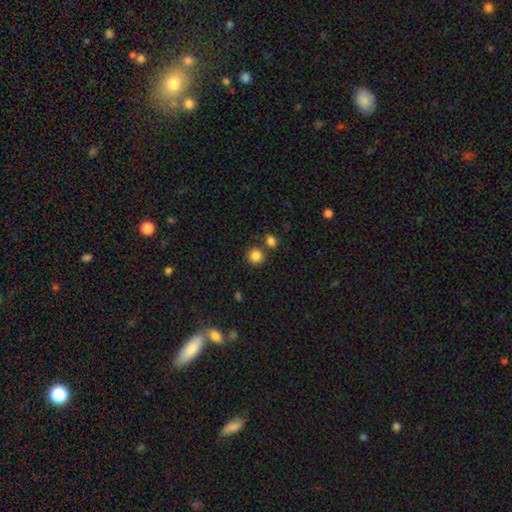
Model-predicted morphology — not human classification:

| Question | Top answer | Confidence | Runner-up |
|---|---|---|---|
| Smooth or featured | smooth | 85% | star or artifact (11%) |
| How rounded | round | 91% | in between (8%) |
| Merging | none | 76% | merger (14%) |